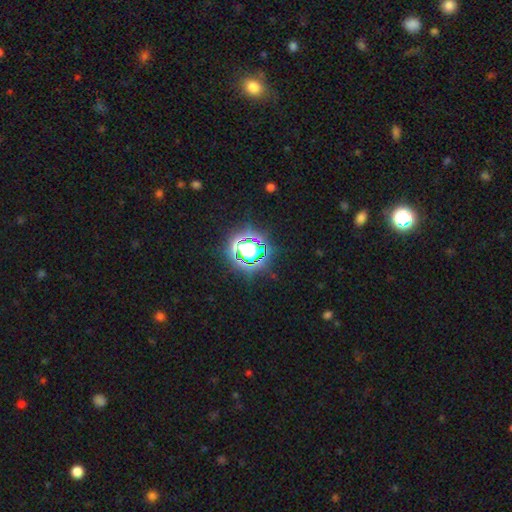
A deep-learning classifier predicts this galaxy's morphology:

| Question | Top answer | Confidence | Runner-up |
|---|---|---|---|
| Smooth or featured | star or artifact | 71% | smooth (19%) |